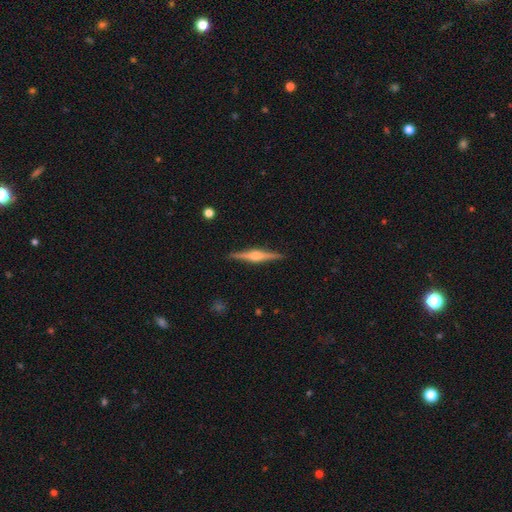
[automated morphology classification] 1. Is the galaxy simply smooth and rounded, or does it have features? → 80% featured or disk, 15% smooth, 5% star or artifact.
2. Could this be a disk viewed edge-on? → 98% yes, 2% no.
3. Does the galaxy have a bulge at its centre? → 87% rounded, 9% boxy, 3% none.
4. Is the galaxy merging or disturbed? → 91% none, 6% minor disturbance, 1% major disturbance, 1% merger.